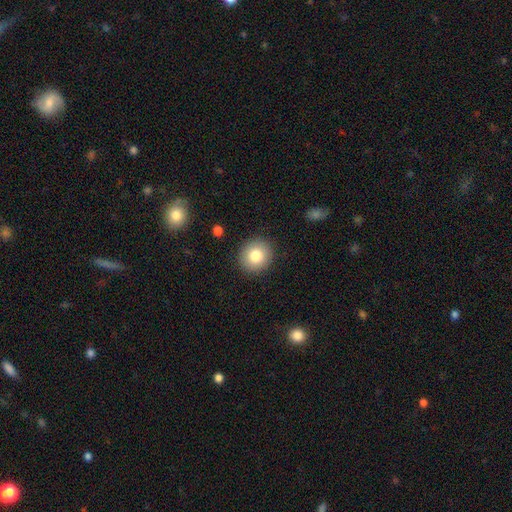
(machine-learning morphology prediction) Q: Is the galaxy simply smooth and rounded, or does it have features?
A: smooth — 82%.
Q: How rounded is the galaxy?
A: round — 85%.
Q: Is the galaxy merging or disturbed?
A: none — 90%.